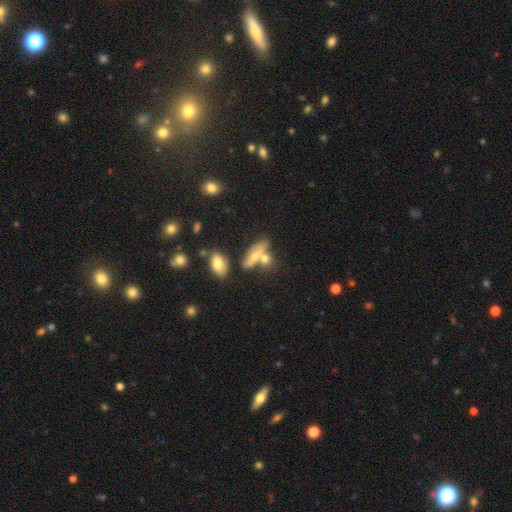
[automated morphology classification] This is possibly a smooth galaxy (58%). How rounded: likely in between (64%). Merging: marginally none (41%).